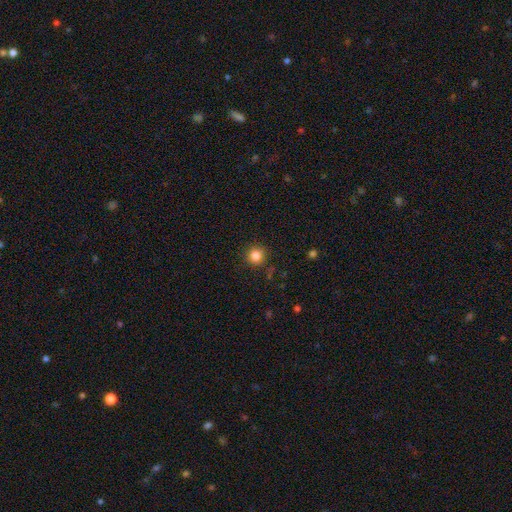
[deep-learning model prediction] smooth-or-featured: smooth: 83% | star or artifact: 12% | featured or disk: 5%
  how-rounded: round: 94% | in between: 5% | cigar-shaped: 1%
  merging: none: 89% | minor disturbance: 7% | major disturbance: 2% | merger: 1%